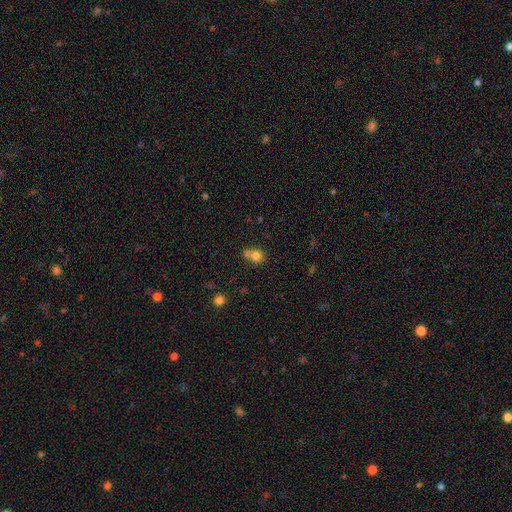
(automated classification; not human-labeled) The model was most divided on "merging": merger: 47%, none: 41%, minor disturbance: 8%, major disturbance: 4%. More confident: how rounded — round (79%); smooth or featured — smooth (77%).